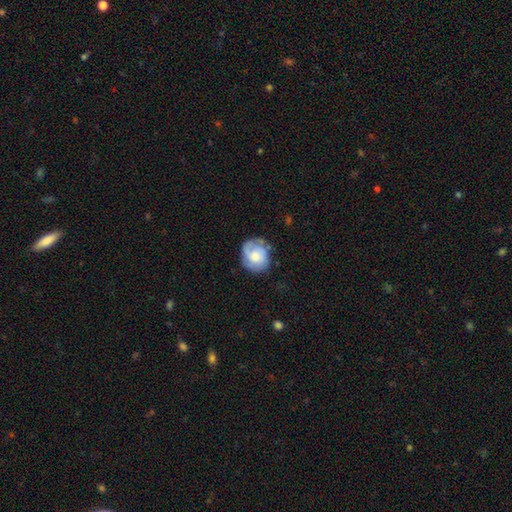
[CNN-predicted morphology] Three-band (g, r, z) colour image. It shows a smooth galaxy with no disk features (48%). Merging: none (64%).